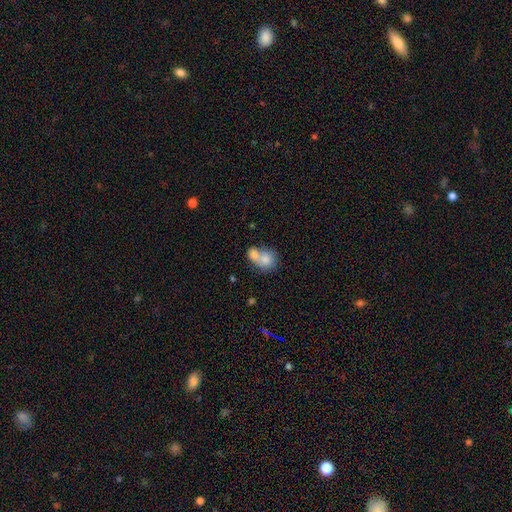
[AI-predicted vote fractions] Smooth or featured? smooth (78%)
How rounded? round (56%)
Merging? merger (69%)